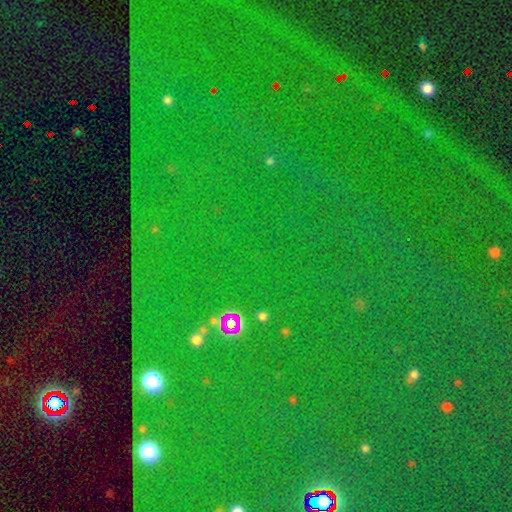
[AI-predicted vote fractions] star or artifact 82%, smooth 11%, featured or disk 7%.